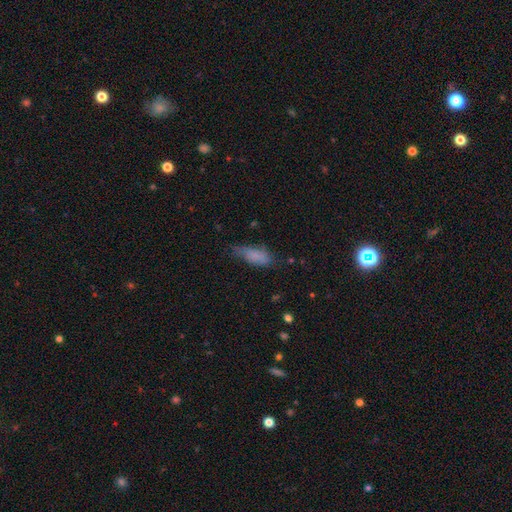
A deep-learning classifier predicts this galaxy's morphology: Smooth or featured? smooth (79%)
How rounded? in between (70%)
Merging? none (52%)